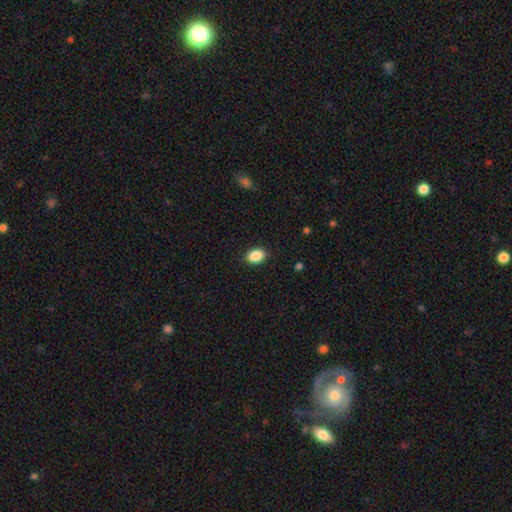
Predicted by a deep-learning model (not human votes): Morphology: type=smooth (89%); roundness=in between (83%); merging=none (89%).